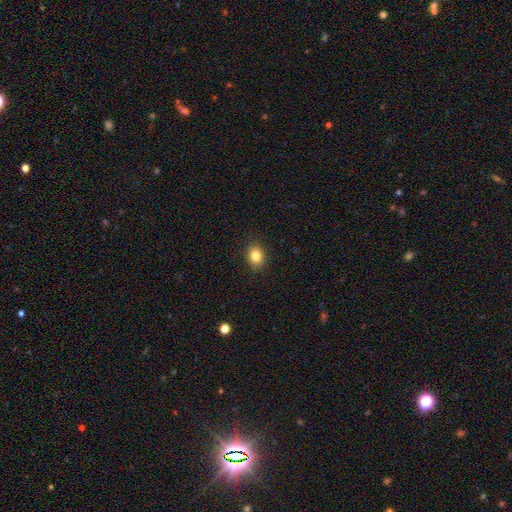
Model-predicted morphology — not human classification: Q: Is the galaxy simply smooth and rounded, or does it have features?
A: smooth — 84%.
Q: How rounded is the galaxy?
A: in between — 53%.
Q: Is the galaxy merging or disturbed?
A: none — 90%.